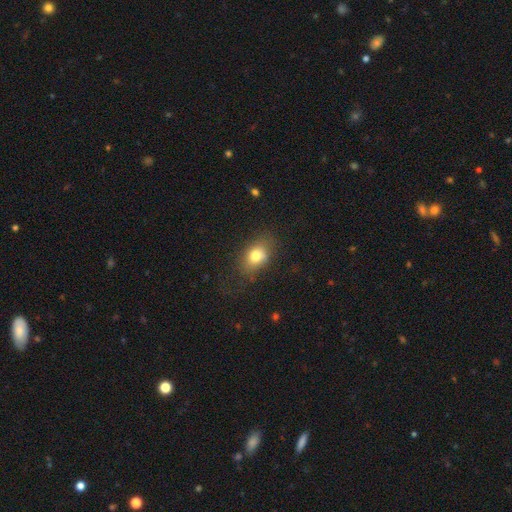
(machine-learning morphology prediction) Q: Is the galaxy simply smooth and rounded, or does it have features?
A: smooth — 77%.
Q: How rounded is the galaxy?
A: in between — 66%.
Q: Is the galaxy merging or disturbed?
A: none — 66%.